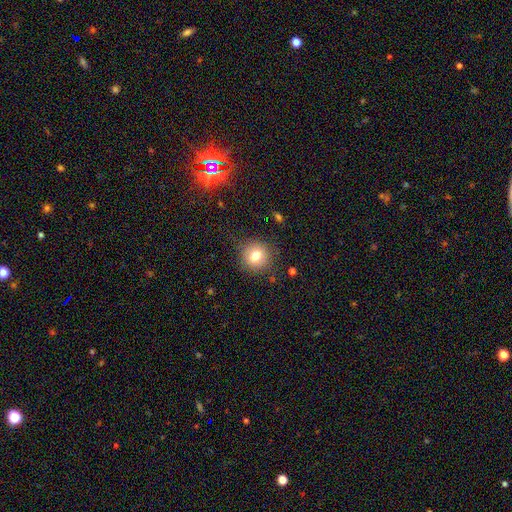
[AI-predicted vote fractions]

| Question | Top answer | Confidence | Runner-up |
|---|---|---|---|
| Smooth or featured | smooth | 76% | star or artifact (12%) |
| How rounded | round | 88% | in between (11%) |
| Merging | none | 86% | minor disturbance (10%) |